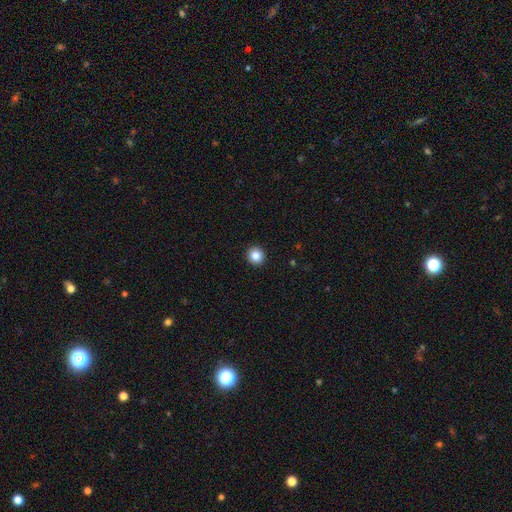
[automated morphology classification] Smooth or featured? smooth (86%)
How rounded? round (93%)
Merging? none (93%)